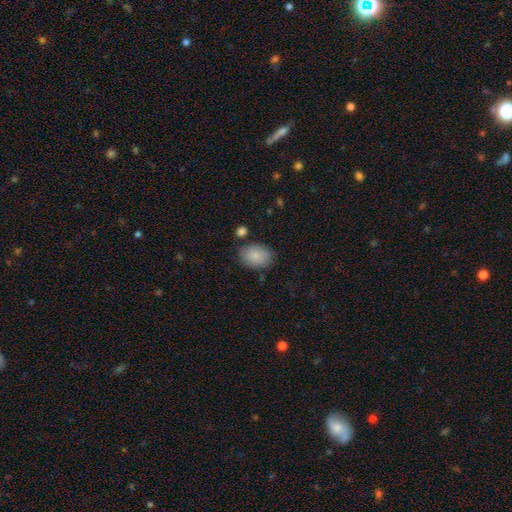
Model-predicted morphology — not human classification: This appears to be a smooth galaxy with no disk features (87%) that is in between round and cigar-shaped (76%). Merging: none (76%).